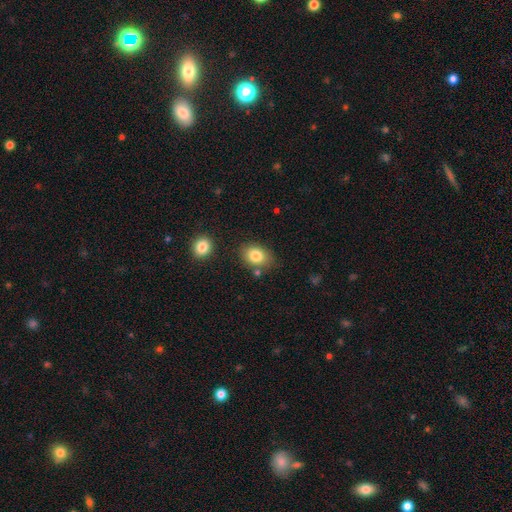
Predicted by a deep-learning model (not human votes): This appears to be a smooth galaxy with no disk features (83%) that is in between round and cigar-shaped (69%). Merging: none (77%).